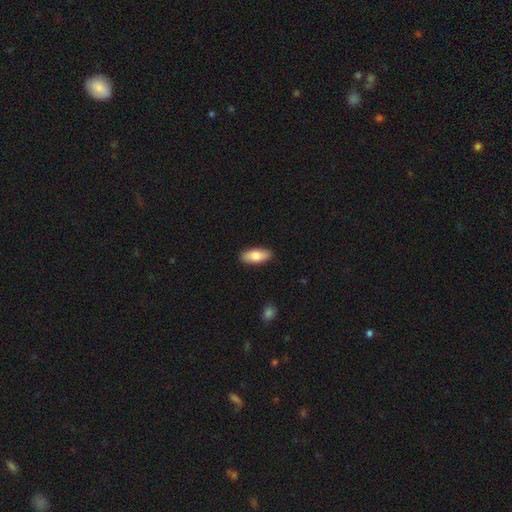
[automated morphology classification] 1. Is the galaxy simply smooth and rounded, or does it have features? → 82% smooth, 13% featured or disk, 6% star or artifact.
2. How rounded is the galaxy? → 83% in between, 15% cigar-shaped, 2% round.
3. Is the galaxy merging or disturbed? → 89% none, 8% minor disturbance, 2% major disturbance, 1% merger.